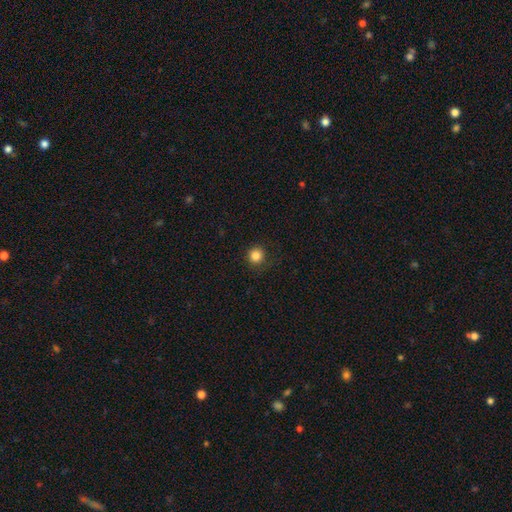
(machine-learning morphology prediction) Overall: smooth (84%). How rounded: round (94%). Merging: none (87%).